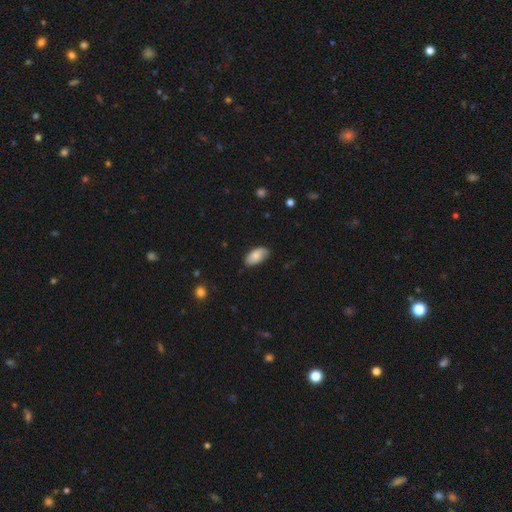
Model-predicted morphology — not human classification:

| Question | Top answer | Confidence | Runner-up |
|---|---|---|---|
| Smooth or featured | smooth | 83% | featured or disk (11%) |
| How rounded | in between | 94% | cigar-shaped (4%) |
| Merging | none | 77% | minor disturbance (19%) |